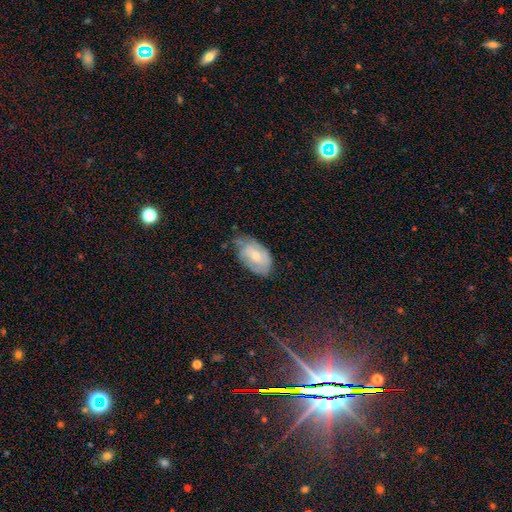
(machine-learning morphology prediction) smooth-or-featured: smooth: 48% | featured or disk: 44% | star or artifact: 8%
  merging: none: 49% | minor disturbance: 38% | major disturbance: 11% | merger: 2%